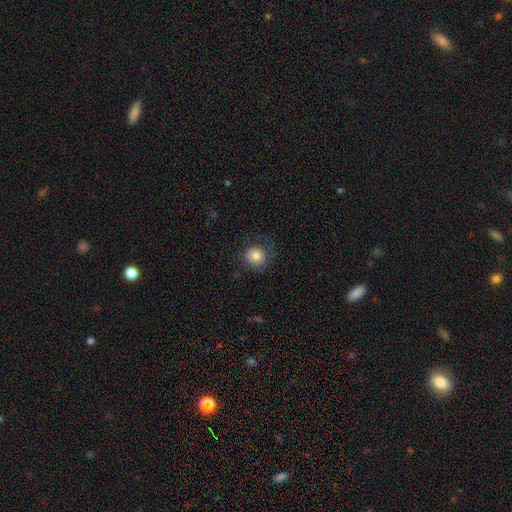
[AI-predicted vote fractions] A smooth galaxy with no disk features (78%) that is round (89%). Merging: none (73%).